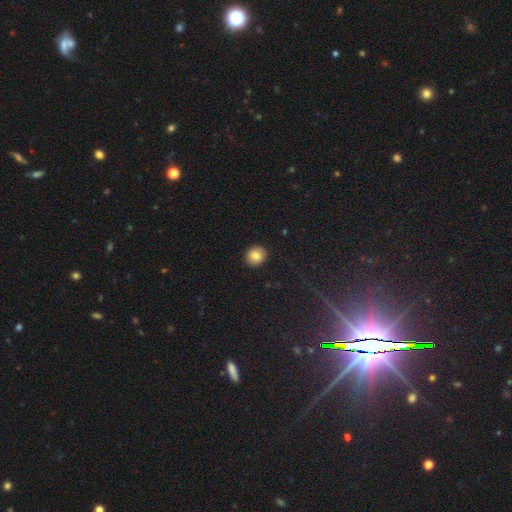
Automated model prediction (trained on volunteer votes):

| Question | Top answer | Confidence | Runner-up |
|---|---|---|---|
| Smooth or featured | smooth | 83% | star or artifact (9%) |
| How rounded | round | 77% | in between (22%) |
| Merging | none | 91% | minor disturbance (7%) |